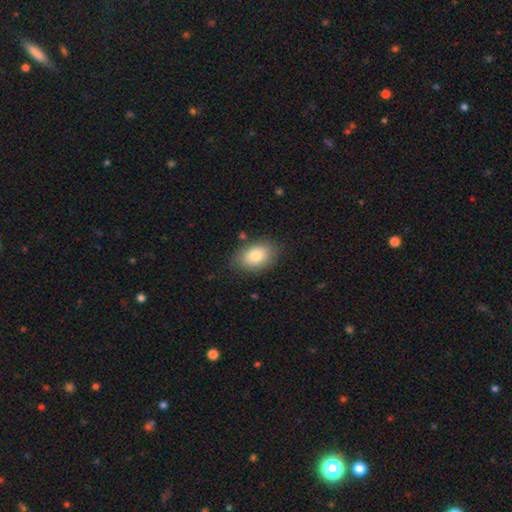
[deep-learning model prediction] Smooth or featured? Predicted: smooth (p=0.80). How rounded? Predicted: in between (p=0.82). Merging? Predicted: none (p=0.81).